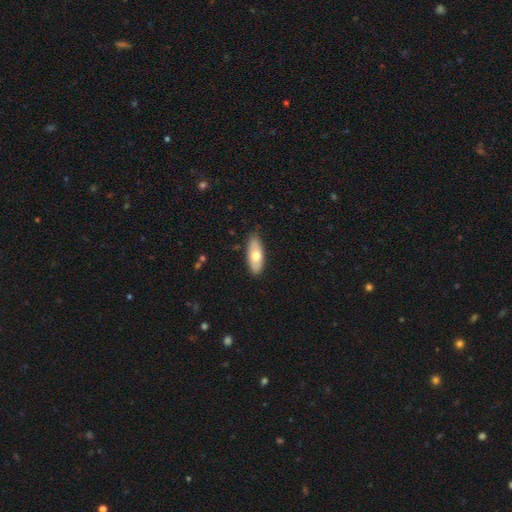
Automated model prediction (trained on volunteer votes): Q: Smooth or featured?
A: smooth (68%); runner-up: featured or disk (27%)
Q: How rounded?
A: in between (74%); runner-up: cigar-shaped (23%)
Q: Merging?
A: none (84%); runner-up: minor disturbance (13%)